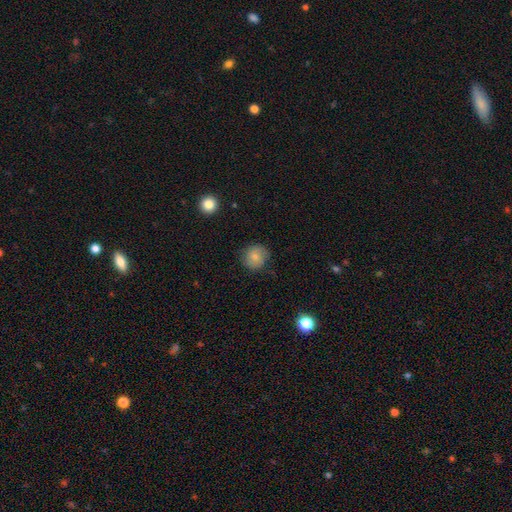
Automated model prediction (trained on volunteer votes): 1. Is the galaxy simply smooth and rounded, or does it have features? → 78% smooth, 12% featured or disk, 9% star or artifact.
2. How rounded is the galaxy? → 88% round, 11% in between, 1% cigar-shaped.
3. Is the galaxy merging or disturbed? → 82% none, 14% minor disturbance, 4% major disturbance, 1% merger.